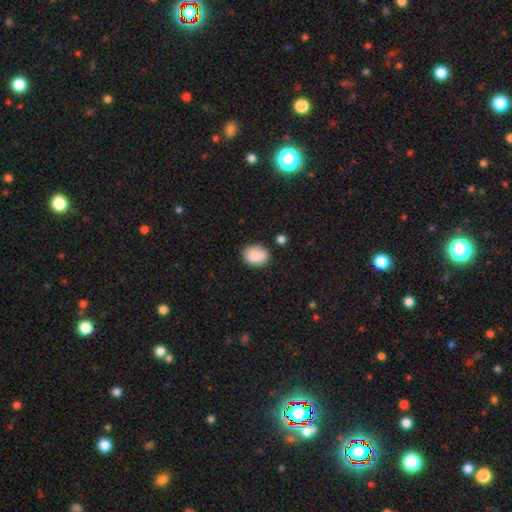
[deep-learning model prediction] Smooth or featured? Predicted: smooth (p=0.88). How rounded? Predicted: in between (p=0.58). Merging? Predicted: none (p=0.76).